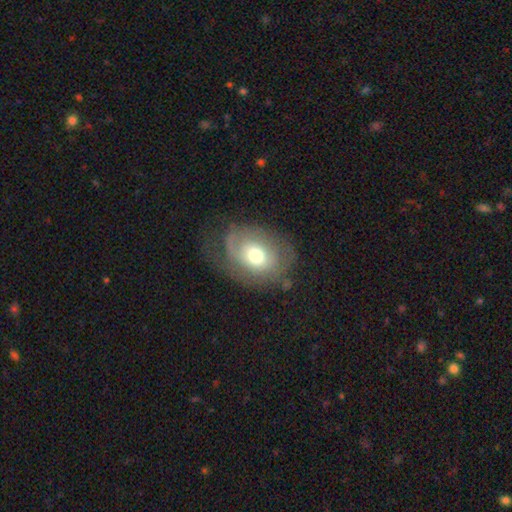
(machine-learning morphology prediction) A smooth galaxy with no disk features (49%).

Vote fractions:
- Smooth or featured? smooth: 49% / featured or disk: 42% / star or artifact: 9%
- Merging? none: 55% / minor disturbance: 23% / major disturbance: 19% / merger: 2%